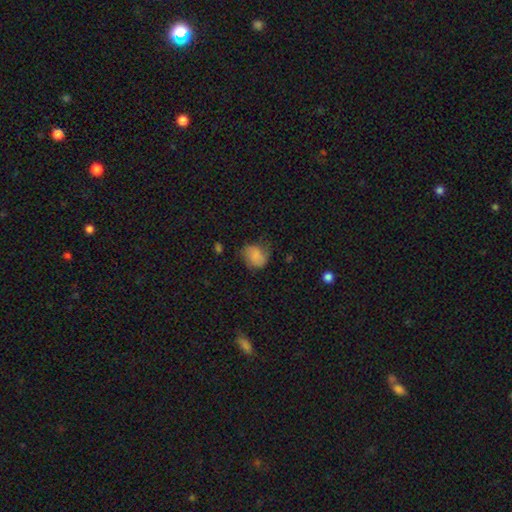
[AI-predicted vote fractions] The model was most divided on "how rounded": round: 53%, in between: 46%, cigar-shaped: 1%. More confident: smooth or featured — smooth (74%); merging — none (54%).